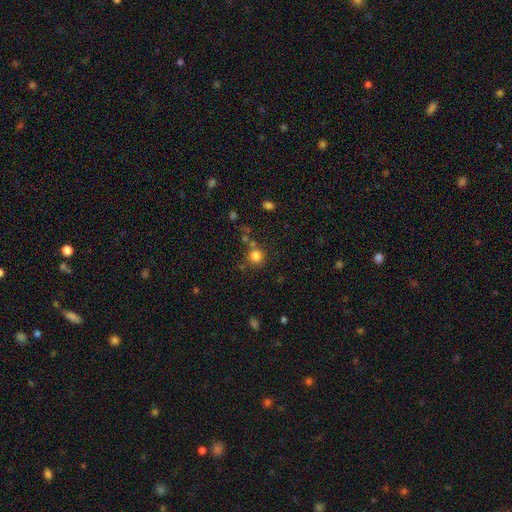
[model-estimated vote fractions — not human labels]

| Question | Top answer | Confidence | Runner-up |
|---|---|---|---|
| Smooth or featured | smooth | 80% | star or artifact (14%) |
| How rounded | round | 91% | in between (8%) |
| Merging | none | 69% | merger (15%) |